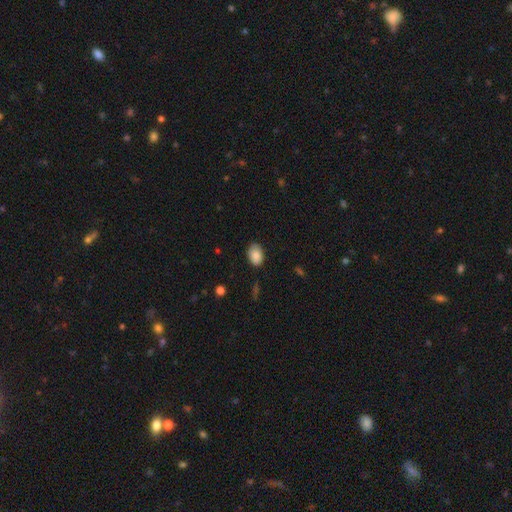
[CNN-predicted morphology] A smooth galaxy with no disk features (87%) that is in between round and cigar-shaped (82%). Merging: none (77%).